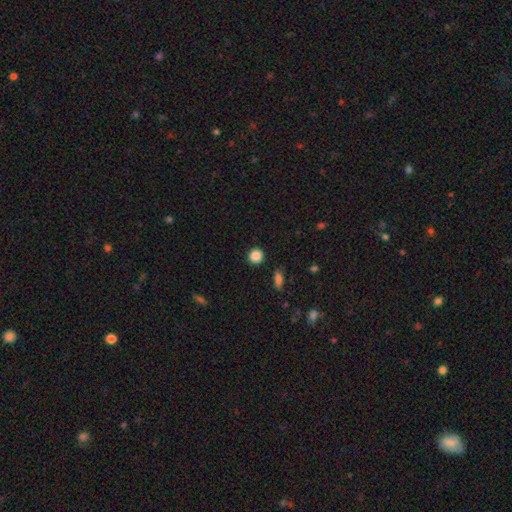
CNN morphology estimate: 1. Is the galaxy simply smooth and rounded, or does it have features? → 86% smooth, 10% star or artifact, 4% featured or disk.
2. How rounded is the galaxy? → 92% round, 7% in between, 1% cigar-shaped.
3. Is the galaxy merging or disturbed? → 90% none, 6% minor disturbance, 2% major disturbance, 2% merger.